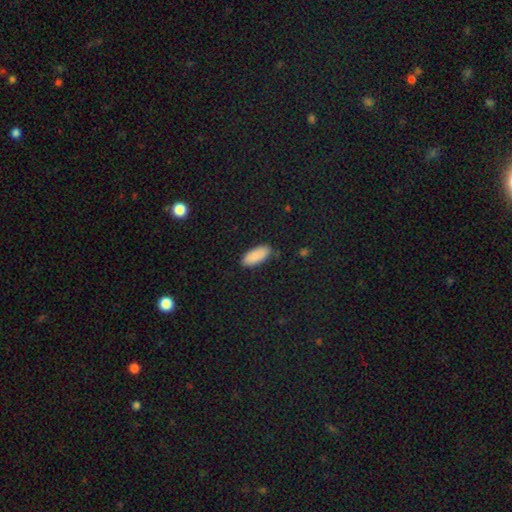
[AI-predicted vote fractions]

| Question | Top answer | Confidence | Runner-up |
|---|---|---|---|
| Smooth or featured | smooth | 88% | star or artifact (7%) |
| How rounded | in between | 88% | cigar-shaped (10%) |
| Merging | none | 84% | minor disturbance (12%) |